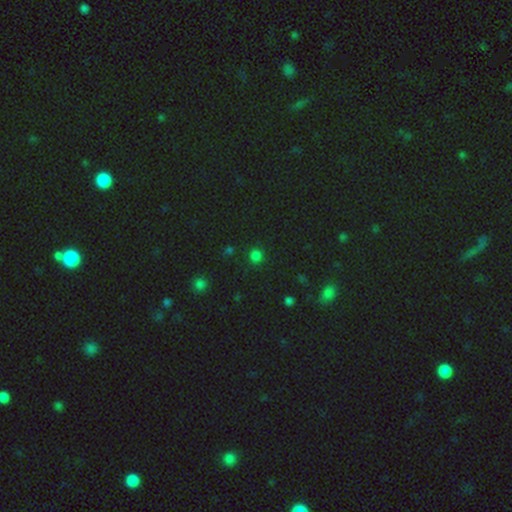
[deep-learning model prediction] smooth 74%, star or artifact 23%, featured or disk 4%. Down the decision tree: how rounded — round (89%); merging — none (86%).